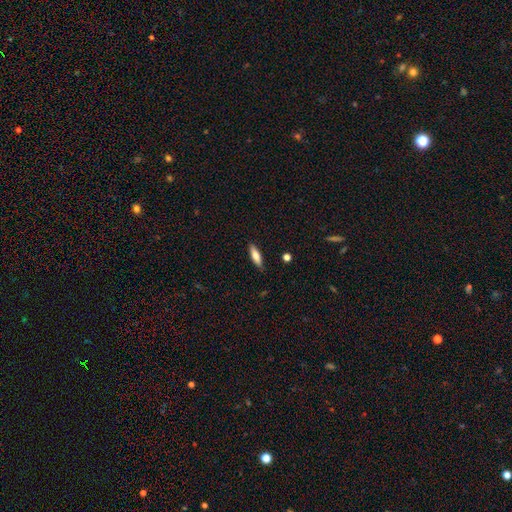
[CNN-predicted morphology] smooth 70%, featured or disk 24%, star or artifact 6%. Down the decision tree: how rounded — cigar-shaped (53%); merging — none (88%).